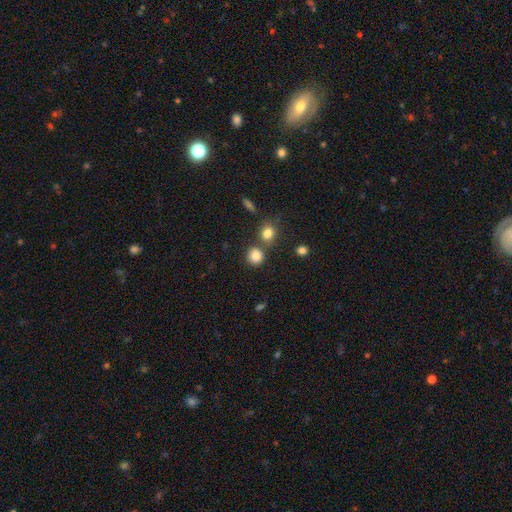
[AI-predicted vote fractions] This is clearly a smooth galaxy (84%). How rounded: clearly round (86%). Merging: likely none (70%).